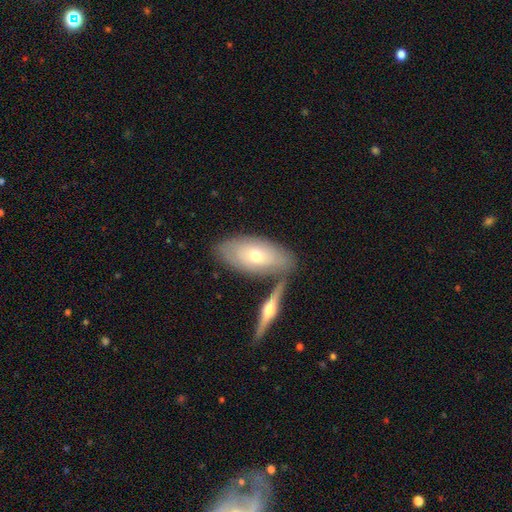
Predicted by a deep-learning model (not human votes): Morphology: type=smooth (48%); merging=none (66%).